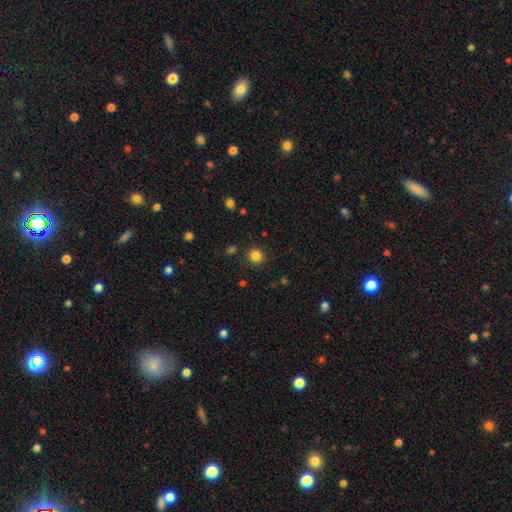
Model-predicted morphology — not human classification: Q: Smooth or featured?
A: smooth (83%); runner-up: star or artifact (12%)
Q: How rounded?
A: round (90%); runner-up: in between (10%)
Q: Merging?
A: none (88%); runner-up: minor disturbance (7%)